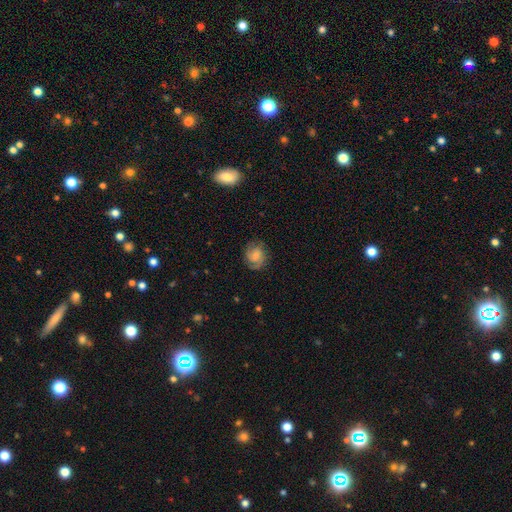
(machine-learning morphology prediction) Smooth or featured? Predicted: featured or disk (p=0.59). Edge-on disk? Predicted: no (p=0.97). Bar? Predicted: no (p=0.59). Spiral arms? Predicted: yes (p=0.91). Spiral winding? Predicted: tight (p=0.47). Spiral arm count? Predicted: 2 (p=0.52). Bulge size? Predicted: small (p=0.41). Merging? Predicted: none (p=0.74).